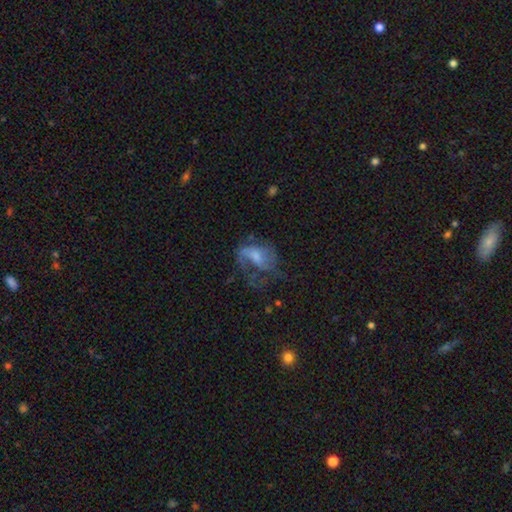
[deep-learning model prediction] This appears to be a featured or disk galaxy (57%) with no bar (53%), spiral arms (65%) and a moderate central bulge (39%). Merging: major disturbance (49%).